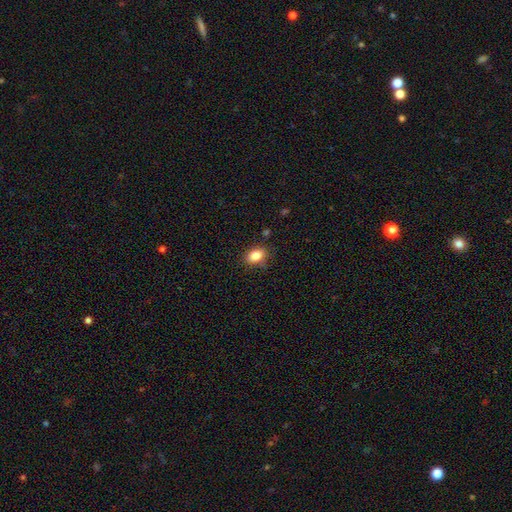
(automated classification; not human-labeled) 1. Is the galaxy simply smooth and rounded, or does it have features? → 84% smooth, 9% star or artifact, 6% featured or disk.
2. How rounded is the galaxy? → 80% in between, 18% round, 2% cigar-shaped.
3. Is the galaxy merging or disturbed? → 82% none, 13% minor disturbance, 3% major disturbance, 2% merger.